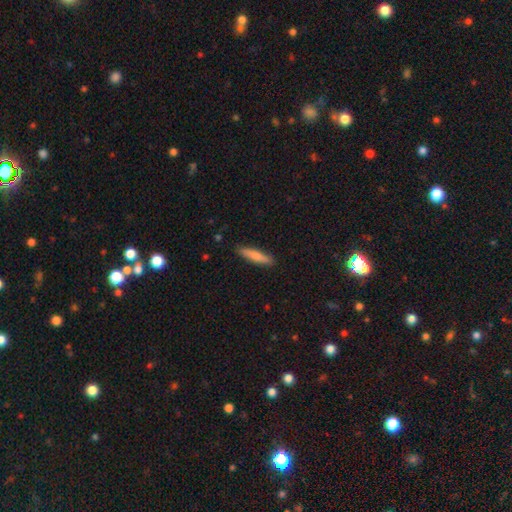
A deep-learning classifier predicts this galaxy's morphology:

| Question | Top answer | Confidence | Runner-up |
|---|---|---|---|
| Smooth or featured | smooth | 75% | featured or disk (20%) |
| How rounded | cigar-shaped | 86% | in between (13%) |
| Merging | none | 88% | minor disturbance (9%) |